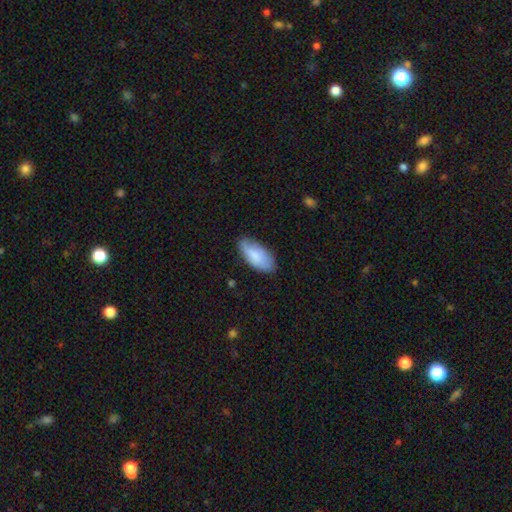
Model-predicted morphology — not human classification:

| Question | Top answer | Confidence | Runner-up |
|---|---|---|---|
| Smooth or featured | smooth | 81% | featured or disk (13%) |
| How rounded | in between | 91% | cigar-shaped (8%) |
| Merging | none | 73% | minor disturbance (22%) |